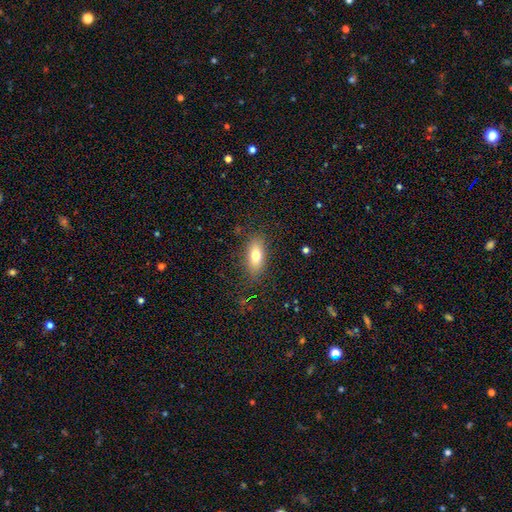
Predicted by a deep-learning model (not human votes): The model was most divided on "smooth or featured": smooth: 76%, featured or disk: 16%, star or artifact: 8%. More confident: merging — none (83%); how rounded — in between (80%).